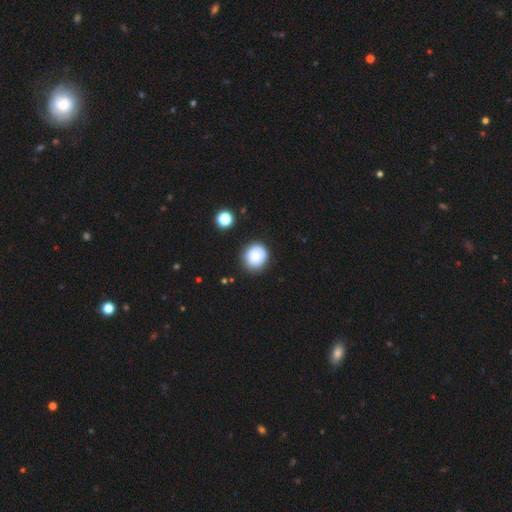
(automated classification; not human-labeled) This is likely a smooth galaxy (79%). How rounded: clearly round (85%). Merging: clearly none (81%).